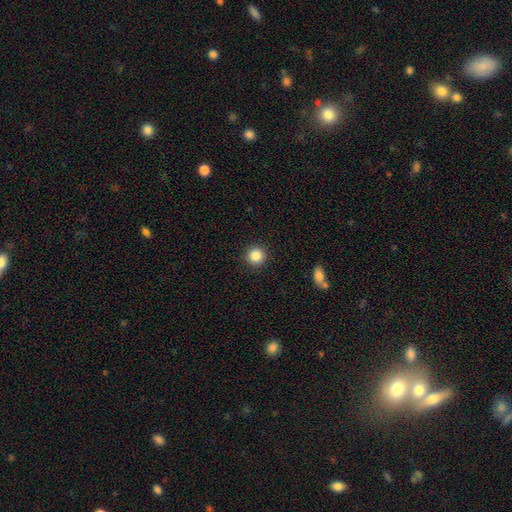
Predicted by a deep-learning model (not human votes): This appears to be a smooth galaxy with no disk features (85%) that is round (95%). Merging: none (92%).